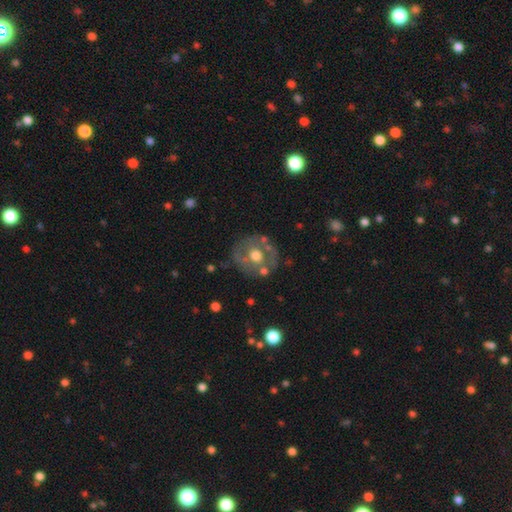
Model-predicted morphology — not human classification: featured or disk 50%, smooth 42%, star or artifact 8%. Down the decision tree: edge-on disk — no (96%); merging — none (70%).